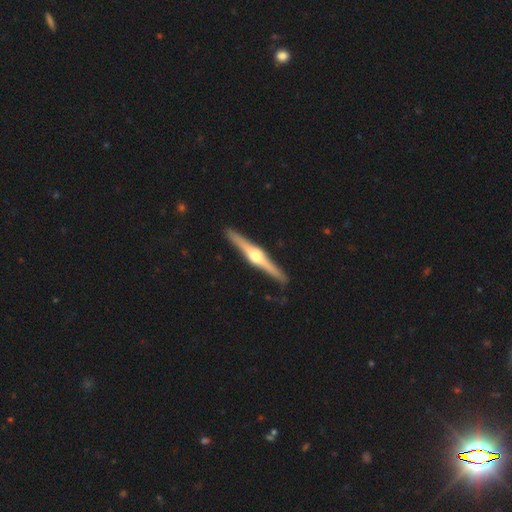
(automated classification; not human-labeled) Smooth or featured?
  - featured or disk: 82% *
  - smooth: 14%
  - star or artifact: 4%
Edge-on disk?
  - yes: 98% *
  - no: 2%
Edge-on bulge?
  - rounded: 94% *
  - boxy: 4%
  - none: 2%
Merging?
  - none: 90% *
  - minor disturbance: 7%
  - major disturbance: 1%
  - merger: 1%